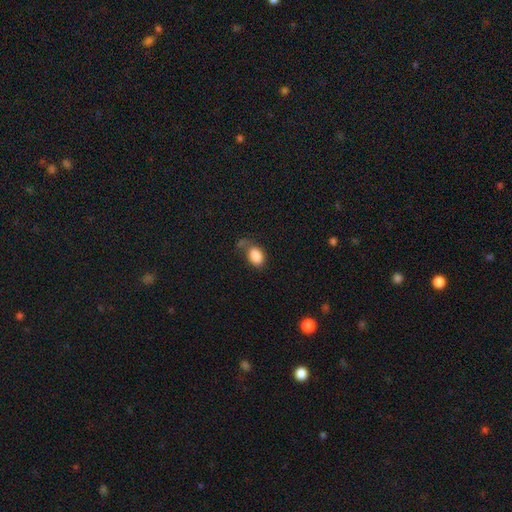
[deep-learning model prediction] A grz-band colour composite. It shows a smooth galaxy with no disk features (87%) that is in between round and cigar-shaped (85%). Merging: none (53%).